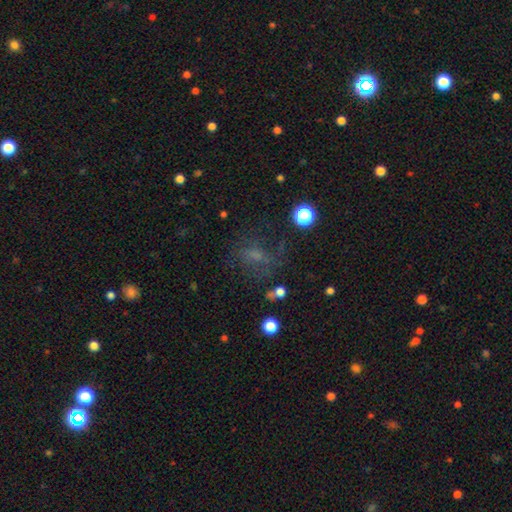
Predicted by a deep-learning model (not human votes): Smooth or featured: smooth — 43% (star or artifact — 29%)
Merging: none — 56% (major disturbance — 22%)